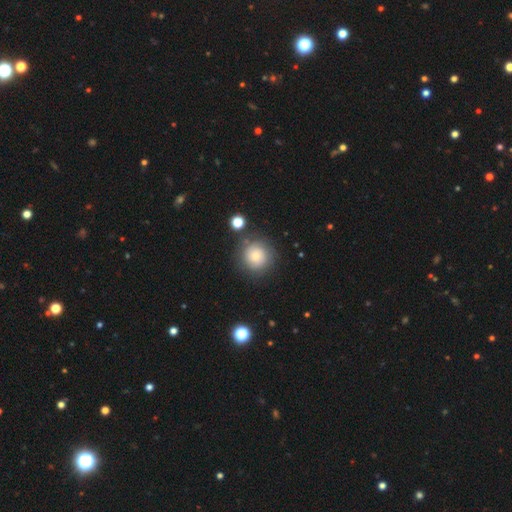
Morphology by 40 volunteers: Smooth or featured: smooth — 55% (featured or disk — 32%)
How rounded: round — 100%
Merging: none — 77% (minor disturbance — 20%)